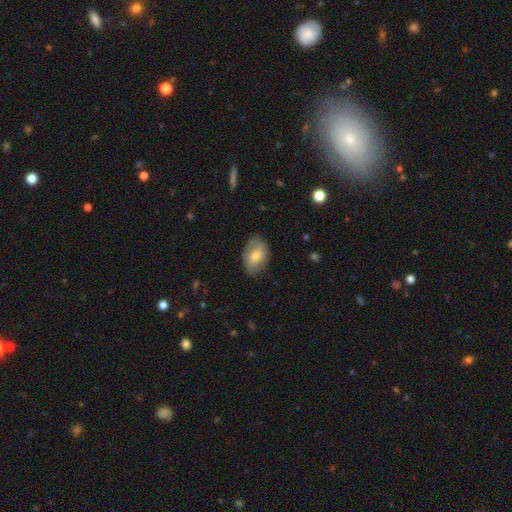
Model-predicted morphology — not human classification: Q: Smooth or featured?
A: smooth (66%); runner-up: featured or disk (27%)
Q: How rounded?
A: in between (84%); runner-up: round (15%)
Q: Merging?
A: none (77%); runner-up: minor disturbance (17%)